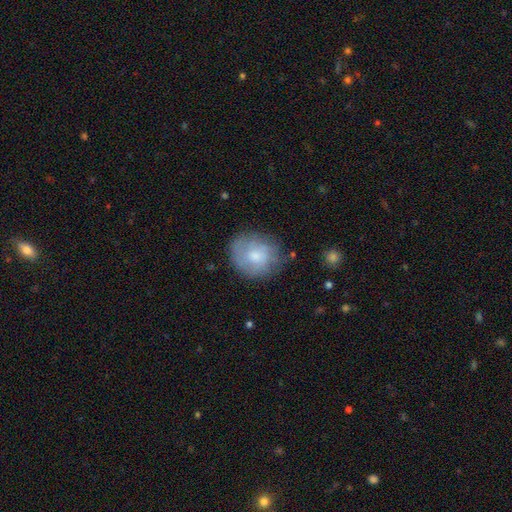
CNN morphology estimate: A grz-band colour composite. It shows a smooth galaxy with no disk features (61%) that is round (78%). Merging: none (69%).